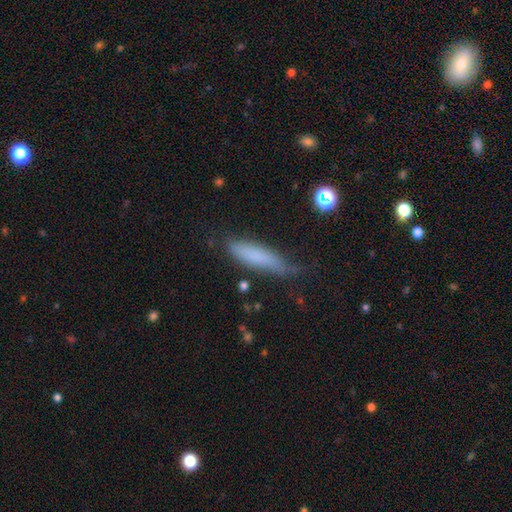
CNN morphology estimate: Smooth or featured?
  - smooth: 76% *
  - featured or disk: 15%
  - star or artifact: 9%
How rounded?
  - cigar-shaped: 72% *
  - in between: 26%
  - round: 2%
Merging?
  - none: 64% *
  - minor disturbance: 26%
  - major disturbance: 8%
  - merger: 3%